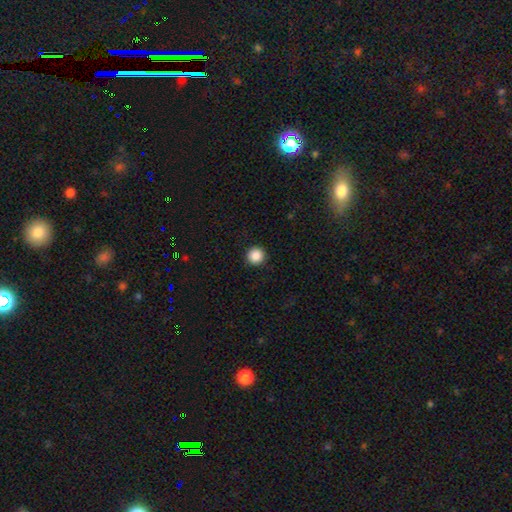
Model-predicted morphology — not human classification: Q: Smooth or featured?
A: smooth (88%); runner-up: star or artifact (10%)
Q: How rounded?
A: round (96%); runner-up: in between (3%)
Q: Merging?
A: none (93%); runner-up: minor disturbance (4%)